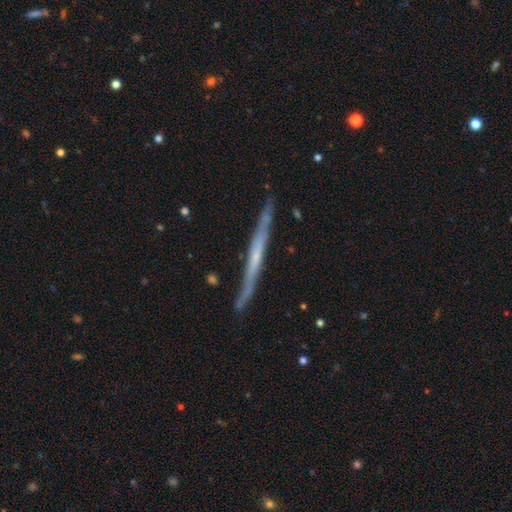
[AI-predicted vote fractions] A featured or disk galaxy (68%) viewed edge-on (95%) with no central bulge (75%).

Vote fractions:
- Smooth or featured? featured or disk: 68% / smooth: 26% / star or artifact: 6%
- Edge-on disk? yes: 95% / no: 5%
- Edge-on bulge? none: 75% / rounded: 18% / boxy: 7%
- Merging? none: 84% / minor disturbance: 12% / major disturbance: 2% / merger: 2%